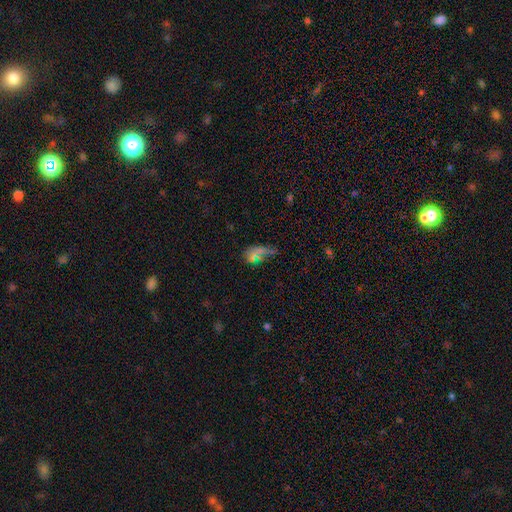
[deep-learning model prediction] Smooth or featured? Predicted: smooth (p=0.52). How rounded? Predicted: in between (p=0.75). Merging? Predicted: none (p=0.34).